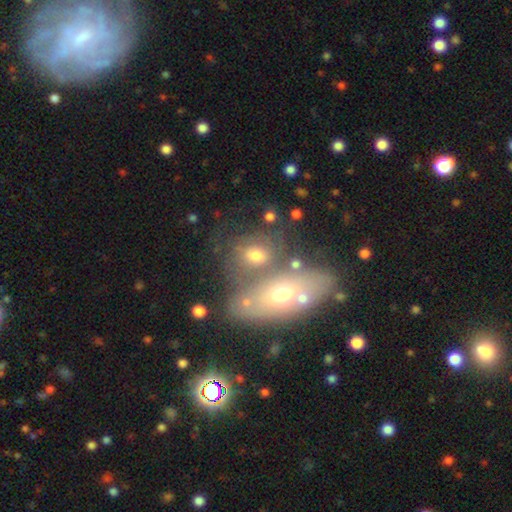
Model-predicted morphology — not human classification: Smooth or featured? smooth (56%)
How rounded? in between (59%)
Merging? merger (43%)